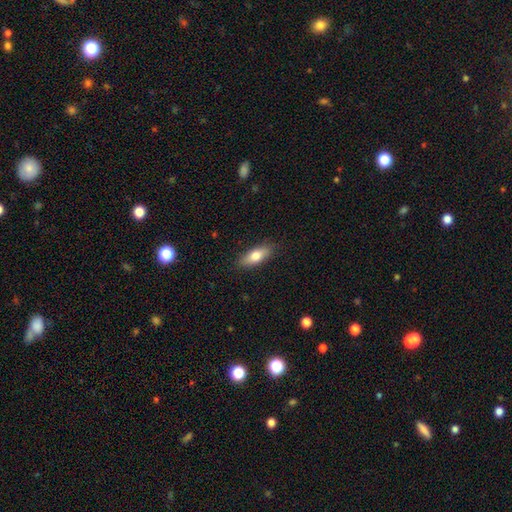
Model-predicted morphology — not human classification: Smooth or featured?
  - smooth: 74% *
  - featured or disk: 20%
  - star or artifact: 6%
How rounded?
  - in between: 70% *
  - cigar-shaped: 27%
  - round: 3%
Merging?
  - none: 86% *
  - minor disturbance: 10%
  - major disturbance: 2%
  - merger: 1%